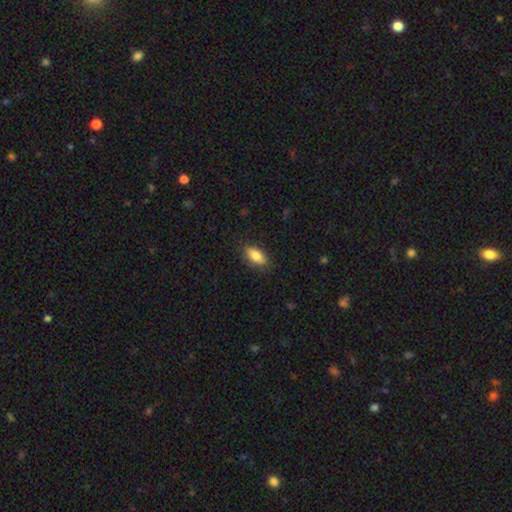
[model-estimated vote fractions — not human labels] A smooth galaxy with no disk features (84%) that is in between round and cigar-shaped (88%). Merging: none (84%).